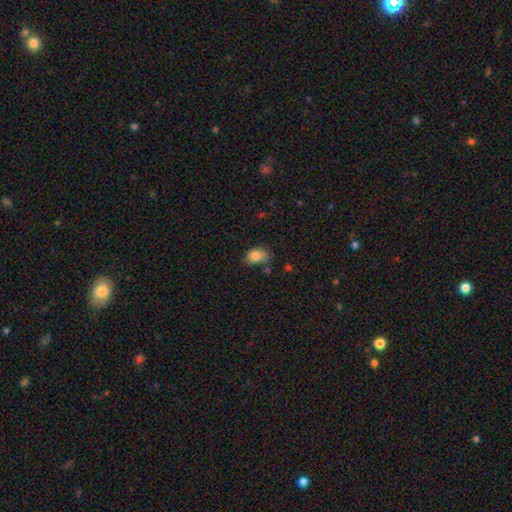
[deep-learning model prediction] Smooth or featured: smooth — 84% (star or artifact — 9%)
How rounded: in between — 80% (round — 19%)
Merging: none — 52% (minor disturbance — 33%)